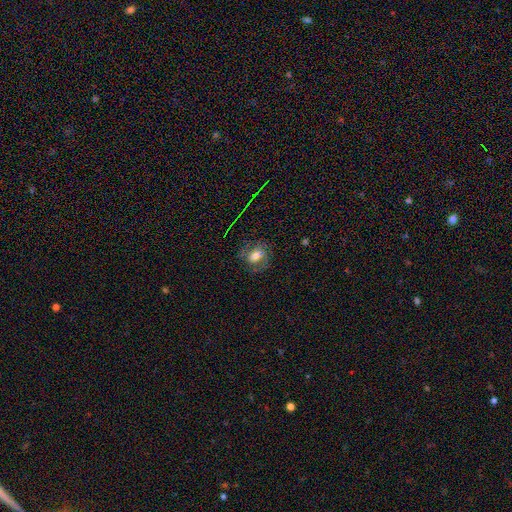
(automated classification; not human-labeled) smooth-or-featured: smooth: 49% | featured or disk: 38% | star or artifact: 12%
  merging: none: 70% | minor disturbance: 18% | major disturbance: 11% | merger: 1%